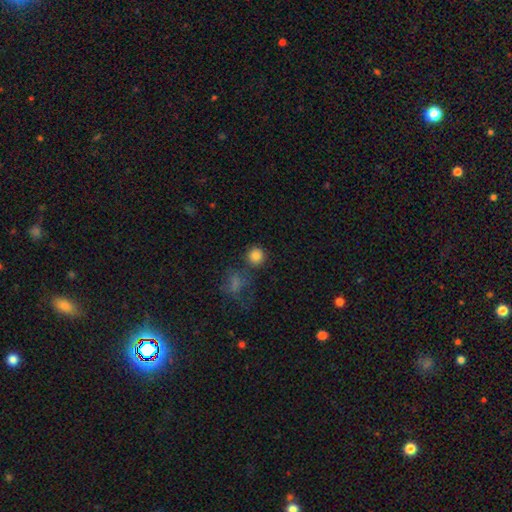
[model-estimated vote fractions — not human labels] Overall: smooth (83%). How rounded: round (92%). Merging: none (74%).